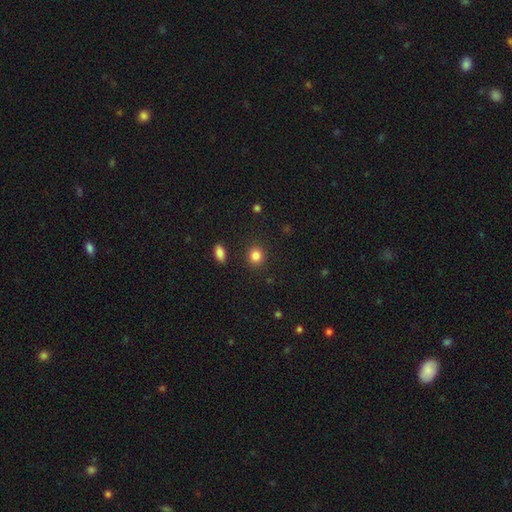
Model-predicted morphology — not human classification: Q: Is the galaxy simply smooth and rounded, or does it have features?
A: smooth — 84%.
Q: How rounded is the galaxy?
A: round — 86%.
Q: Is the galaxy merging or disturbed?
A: none — 89%.